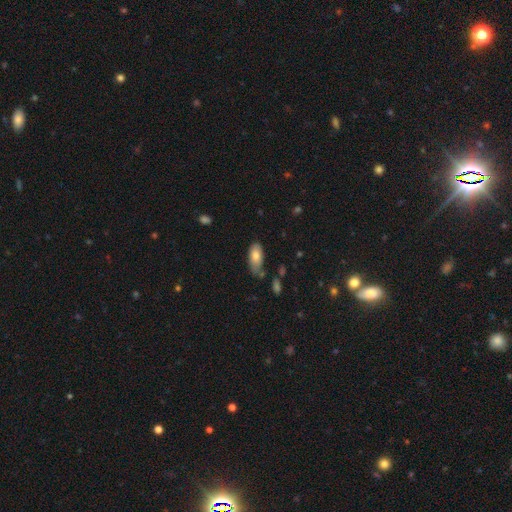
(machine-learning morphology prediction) Overall: smooth (77%). How rounded: in between (89%). Merging: none (57%; minor disturbance 30%).